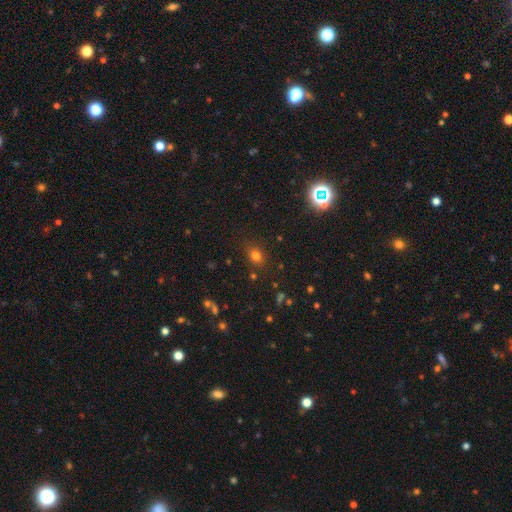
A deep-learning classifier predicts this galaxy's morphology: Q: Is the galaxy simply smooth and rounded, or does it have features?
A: smooth — 75%.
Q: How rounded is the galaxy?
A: in between — 54%.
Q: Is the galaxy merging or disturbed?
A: none — 81%.